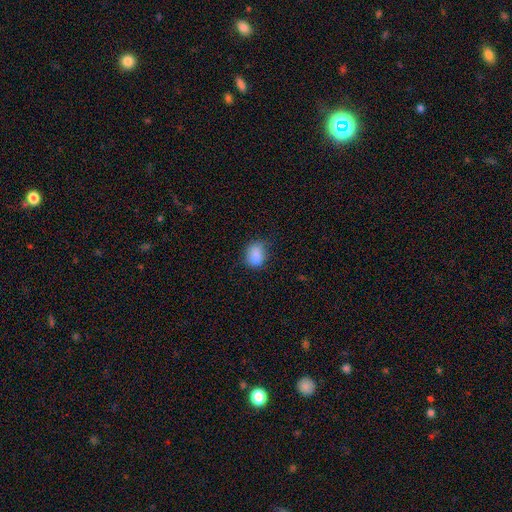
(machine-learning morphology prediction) Overall: smooth (84%). How rounded: in between (70%). Merging: none (63%; minor disturbance 27%).